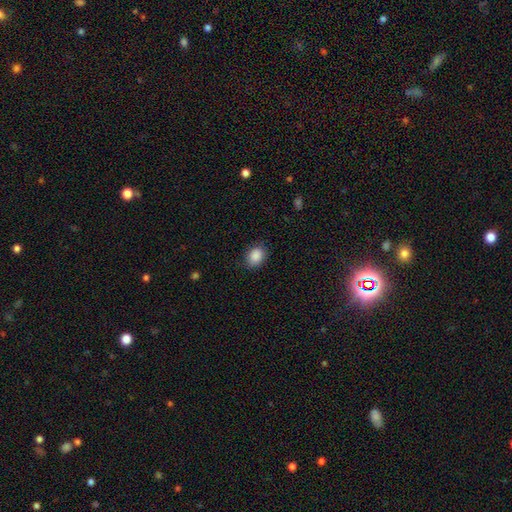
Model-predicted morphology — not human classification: smooth_or_featured: smooth (p=0.89) [alt: star or artifact p=0.08]
how_rounded: in between (p=0.58) [alt: round p=0.41]
merging: none (p=0.84) [alt: minor disturbance p=0.12]